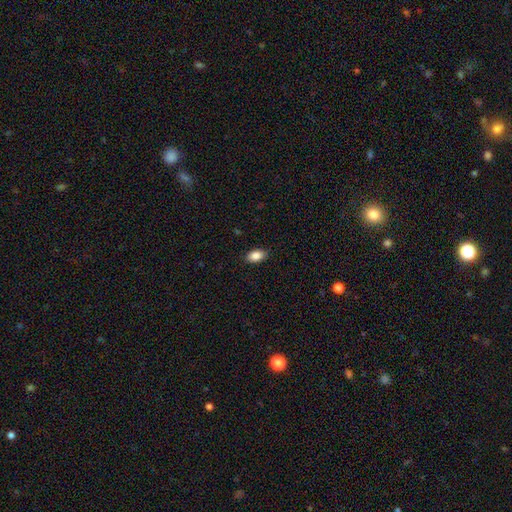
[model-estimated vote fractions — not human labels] A smooth galaxy with no disk features (87%) that is in between round and cigar-shaped (89%). Merging: none (87%).